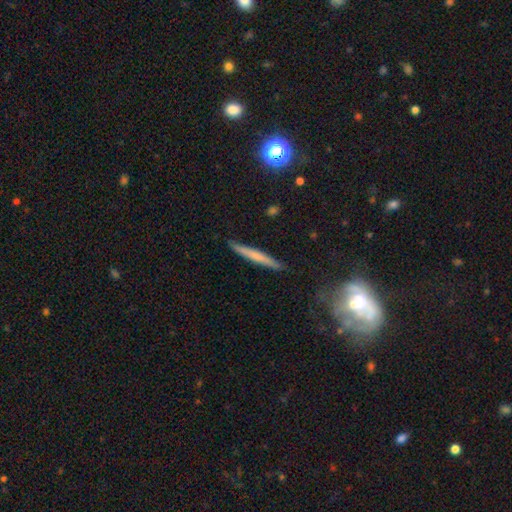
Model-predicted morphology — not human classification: A smooth galaxy with no disk features (54%) that is cigar-shaped (95%).

Vote fractions:
- Smooth or featured? smooth: 54% / featured or disk: 38% / star or artifact: 8%
- How rounded? cigar-shaped: 95% / in between: 3% / round: 2%
- Merging? none: 87% / minor disturbance: 10% / major disturbance: 2% / merger: 1%